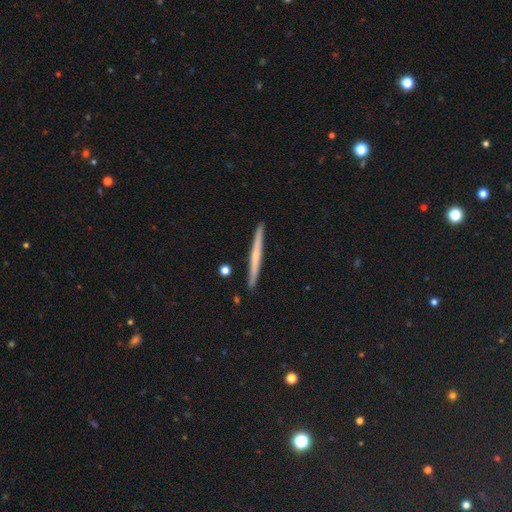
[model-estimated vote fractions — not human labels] Q: Smooth or featured?
A: featured or disk (52%); runner-up: smooth (41%)
Q: Edge-on disk?
A: yes (97%); runner-up: no (3%)
Q: Edge-on bulge?
A: none (62%); runner-up: rounded (33%)
Q: Merging?
A: none (91%); runner-up: minor disturbance (6%)